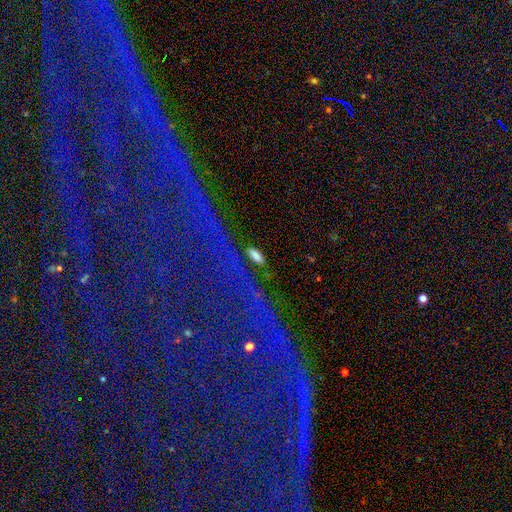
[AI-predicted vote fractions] The model was most divided on "how rounded": in between: 72%, cigar-shaped: 23%, round: 5%. More confident: merging — none (83%); smooth or featured — smooth (72%).